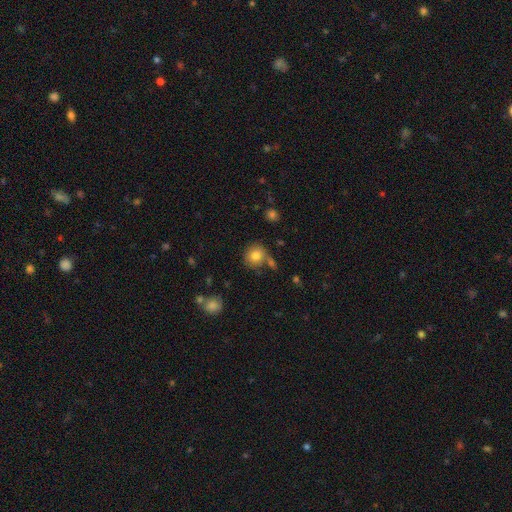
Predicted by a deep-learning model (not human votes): Smooth or featured?
  - smooth: 80% *
  - star or artifact: 10%
  - featured or disk: 10%
How rounded?
  - round: 84% *
  - in between: 15%
  - cigar-shaped: 1%
Merging?
  - none: 69% *
  - merger: 14%
  - minor disturbance: 13%
  - major disturbance: 4%